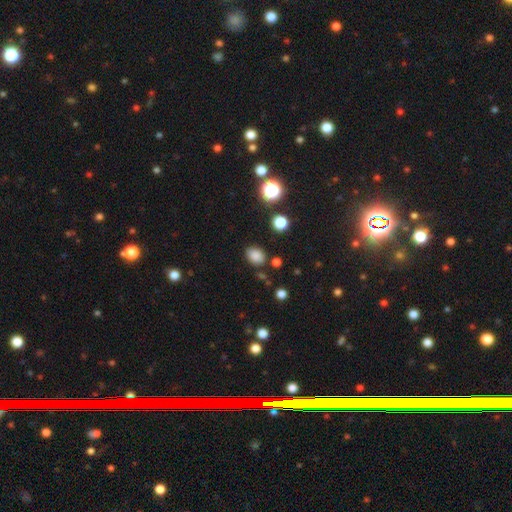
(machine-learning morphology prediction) Overall: smooth (82%). How rounded: in between (65%; round 34%). Merging: none (81%).